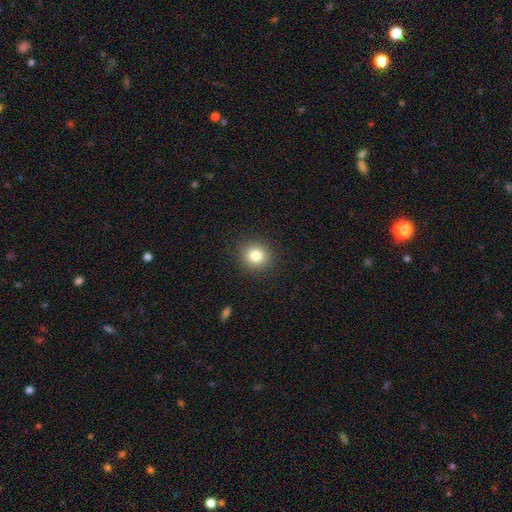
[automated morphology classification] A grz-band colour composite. It shows a smooth galaxy with no disk features (81%) that is round (87%). Merging: none (91%).